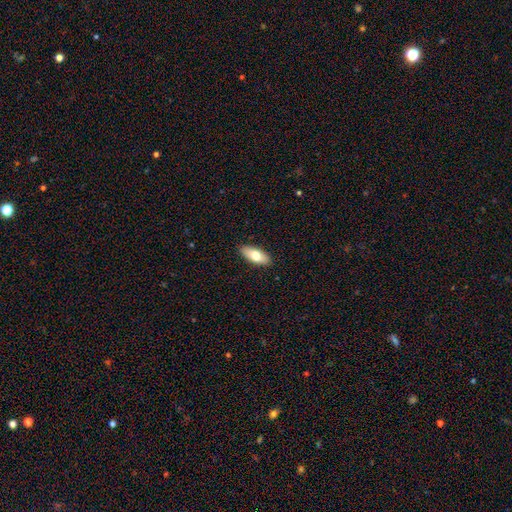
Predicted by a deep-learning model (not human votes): This appears to be a smooth galaxy with no disk features (74%) that is in between round and cigar-shaped (84%). Merging: none (90%).